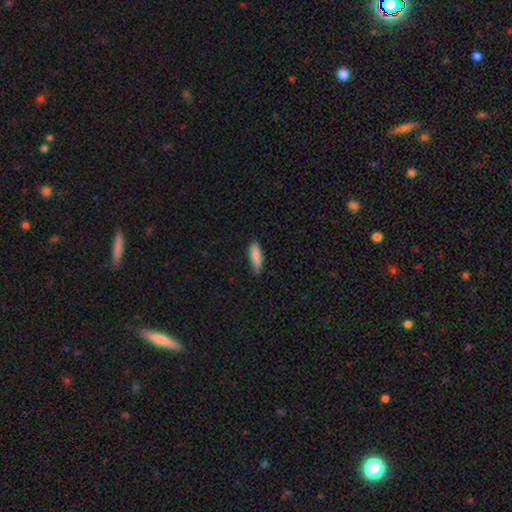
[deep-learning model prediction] The model was most divided on "how rounded": cigar-shaped: 63%, in between: 36%, round: 2%. More confident: smooth or featured — smooth (87%); merging — none (78%).